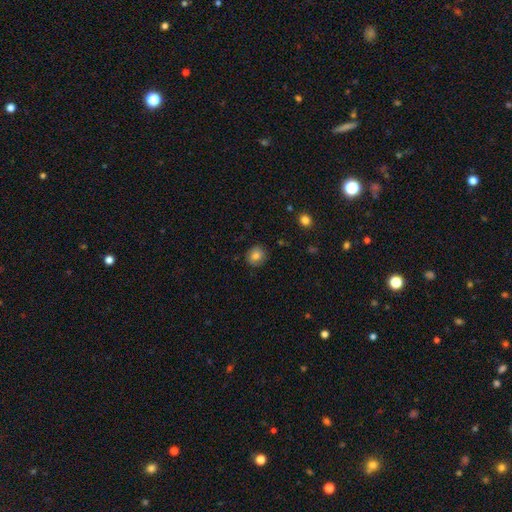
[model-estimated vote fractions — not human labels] Morphology: type=smooth (81%); roundness=round (81%); merging=none (87%).